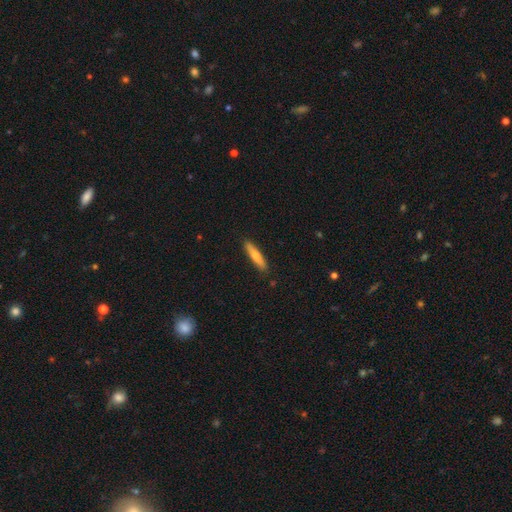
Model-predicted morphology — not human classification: smooth-or-featured: smooth: 70% | featured or disk: 24% | star or artifact: 6%
  how-rounded: cigar-shaped: 87% | in between: 12% | round: 1%
  merging: none: 88% | minor disturbance: 9% | major disturbance: 2% | merger: 1%